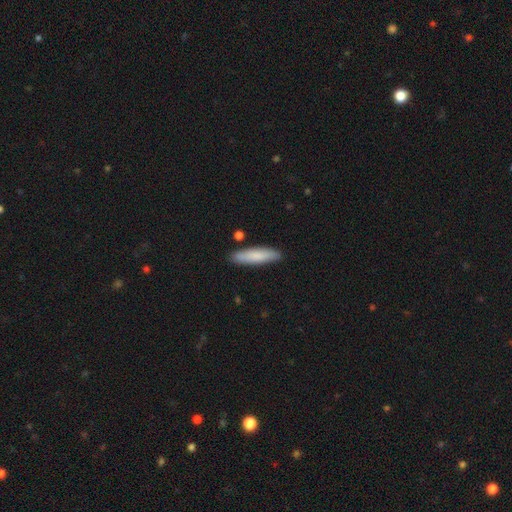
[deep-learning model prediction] The model was most divided on "how rounded": cigar-shaped: 75%, in between: 23%, round: 1%. More confident: merging — none (86%); smooth or featured — smooth (81%).